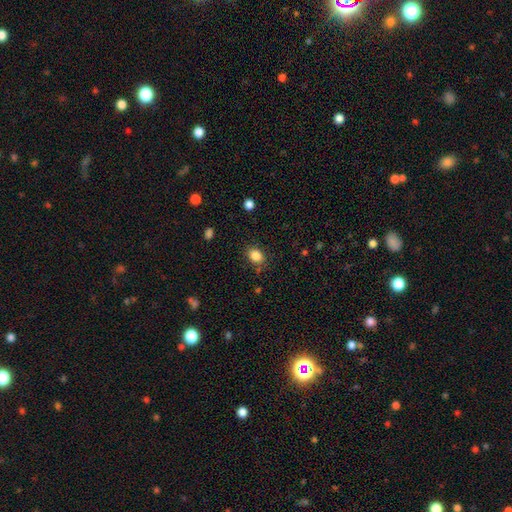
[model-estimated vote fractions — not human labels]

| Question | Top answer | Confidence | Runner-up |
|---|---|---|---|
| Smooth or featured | smooth | 86% | star or artifact (10%) |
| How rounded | in between | 65% | round (34%) |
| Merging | none | 81% | minor disturbance (13%) |